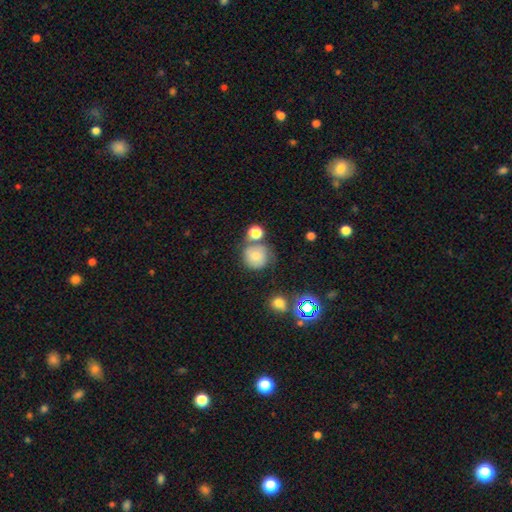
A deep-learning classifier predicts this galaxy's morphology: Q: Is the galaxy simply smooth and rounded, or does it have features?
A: smooth — 69%.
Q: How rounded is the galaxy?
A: round — 87%.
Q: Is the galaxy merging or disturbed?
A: none — 54%.